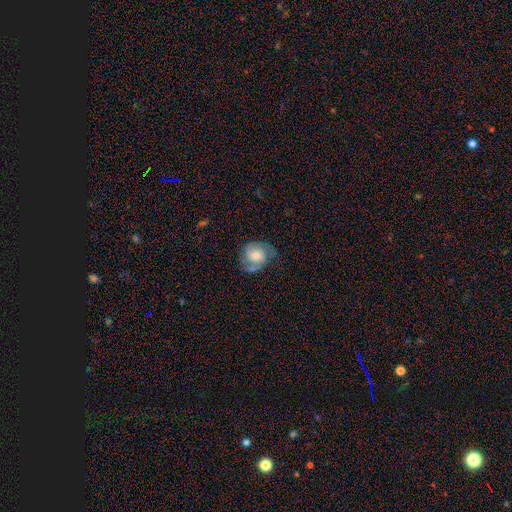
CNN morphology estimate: A featured or disk galaxy (68%) with no bar (66%), 2 (83%) medium (46%) spiral arms (92%) and a moderate central bulge (43%). Merging: none (63%).